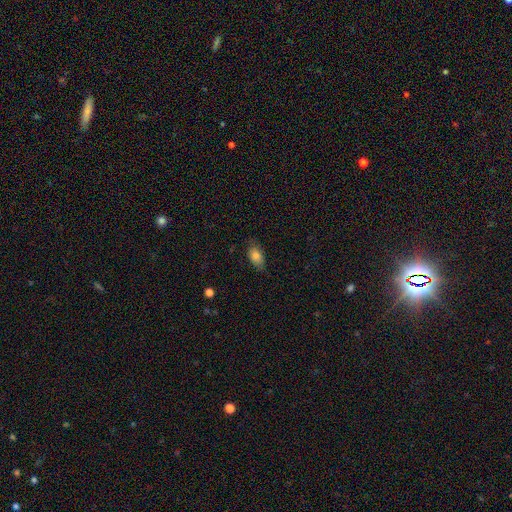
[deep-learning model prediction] Smooth or featured? Predicted: smooth (p=0.79). How rounded? Predicted: in between (p=0.89). Merging? Predicted: none (p=0.75).